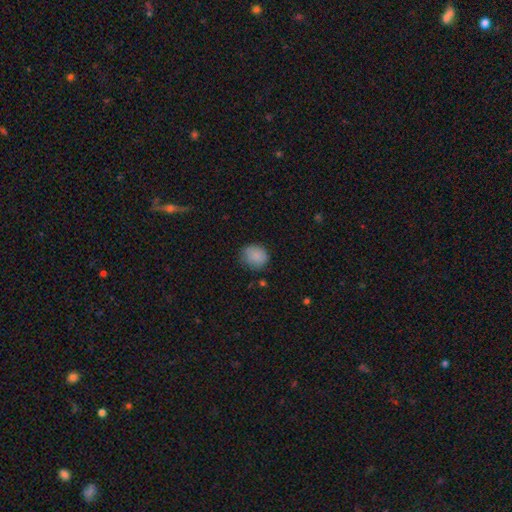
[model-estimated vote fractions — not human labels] Smooth or featured?
  - smooth: 86% *
  - star or artifact: 9%
  - featured or disk: 5%
How rounded?
  - round: 74% *
  - in between: 25%
  - cigar-shaped: 1%
Merging?
  - none: 73% *
  - minor disturbance: 21%
  - major disturbance: 5%
  - merger: 2%